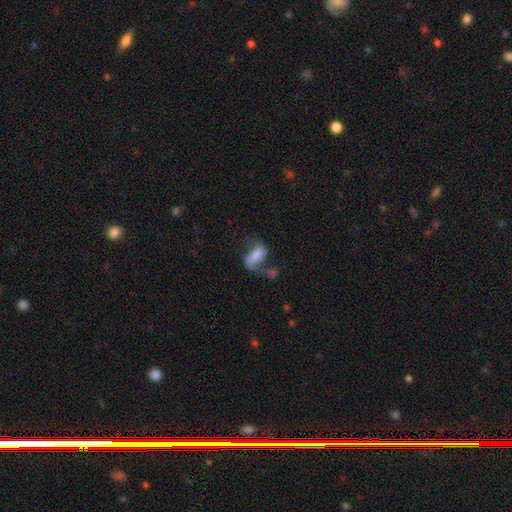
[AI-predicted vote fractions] Smooth or featured: featured or disk — 49% (smooth — 41%)
Merging: none — 36% (major disturbance — 27%)